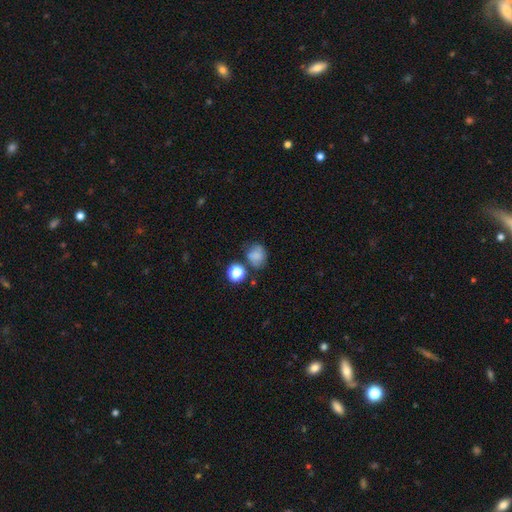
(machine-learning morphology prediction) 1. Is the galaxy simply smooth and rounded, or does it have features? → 72% smooth, 14% star or artifact, 14% featured or disk.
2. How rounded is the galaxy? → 63% round, 36% in between, 1% cigar-shaped.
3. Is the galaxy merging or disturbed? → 57% none, 23% minor disturbance, 11% merger, 9% major disturbance.